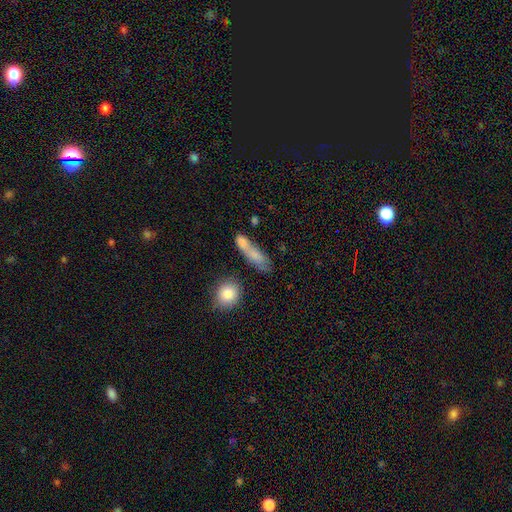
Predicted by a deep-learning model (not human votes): A smooth galaxy with no disk features (72%) that is in between round and cigar-shaped (50%). Merging: none (37%).